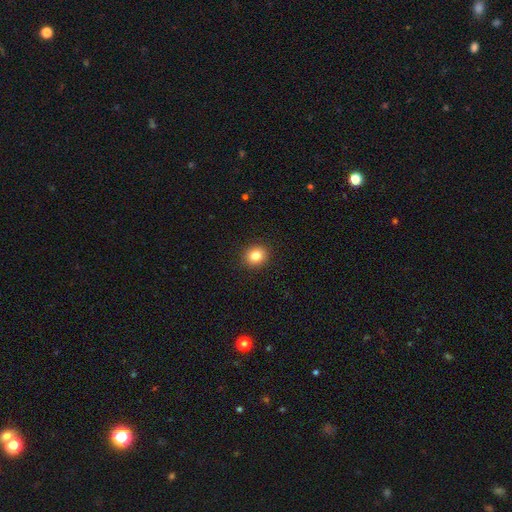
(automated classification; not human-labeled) Smooth or featured? Predicted: smooth (p=0.84). How rounded? Predicted: round (p=0.75). Merging? Predicted: none (p=0.91).